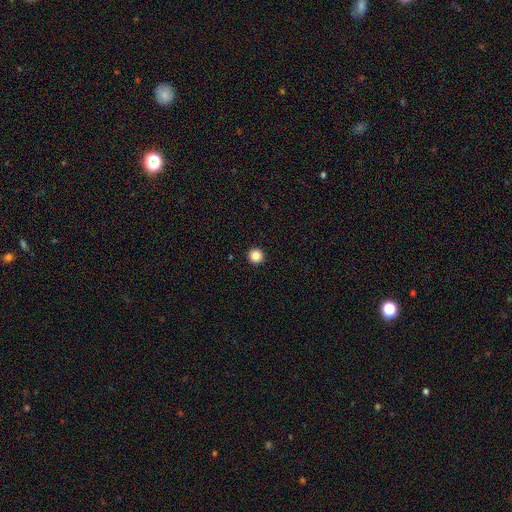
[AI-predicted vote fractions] Overall: smooth (87%). How rounded: round (96%). Merging: none (94%).